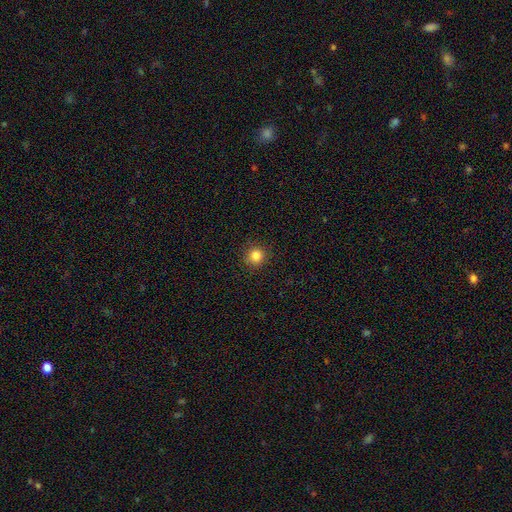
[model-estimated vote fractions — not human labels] The model was most divided on "smooth or featured": smooth: 84%, star or artifact: 12%, featured or disk: 4%. More confident: how rounded — round (92%); merging — none (90%).